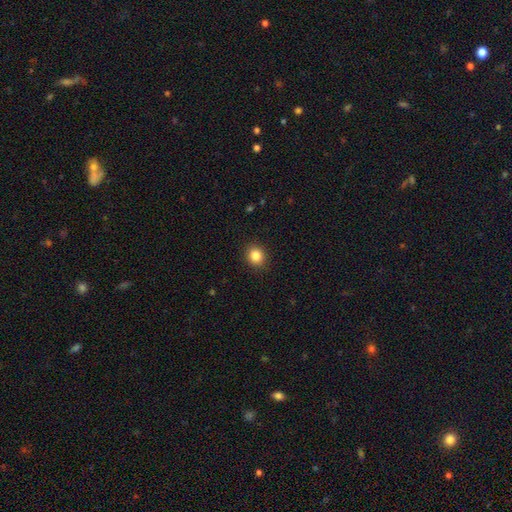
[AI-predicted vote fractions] Smooth or featured? Predicted: smooth (p=0.85). How rounded? Predicted: round (p=0.83). Merging? Predicted: none (p=0.91).